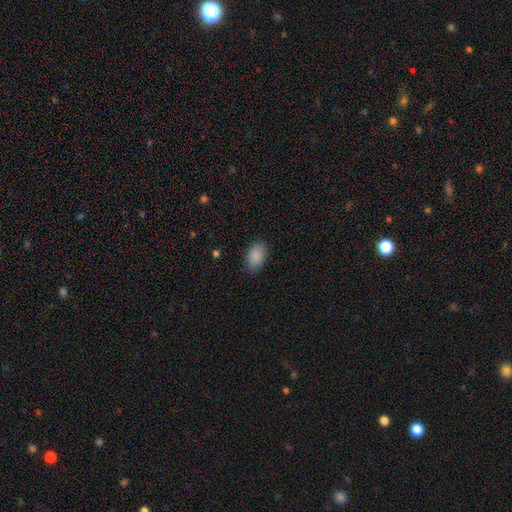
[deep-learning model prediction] The model was most divided on "merging": none: 85%, minor disturbance: 12%, major disturbance: 3%, merger: 1%. More confident: how rounded — in between (90%); smooth or featured — smooth (89%).